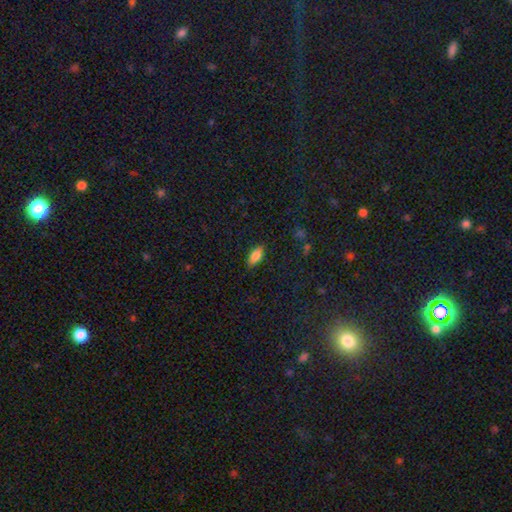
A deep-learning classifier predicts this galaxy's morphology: Smooth or featured? Predicted: smooth (p=0.82). How rounded? Predicted: in between (p=0.85). Merging? Predicted: none (p=0.86).